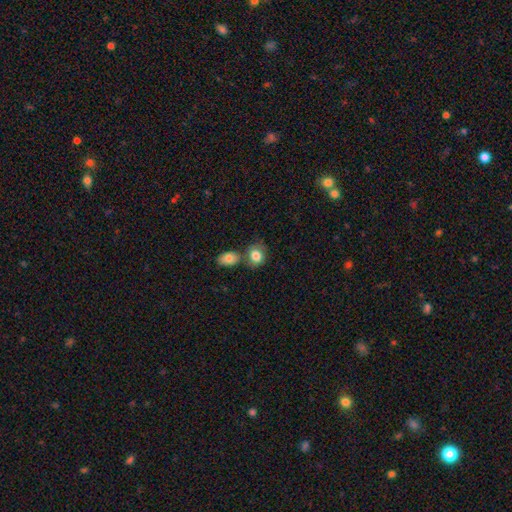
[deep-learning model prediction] Smooth or featured? smooth (81%)
How rounded? round (52%)
Merging? none (50%)